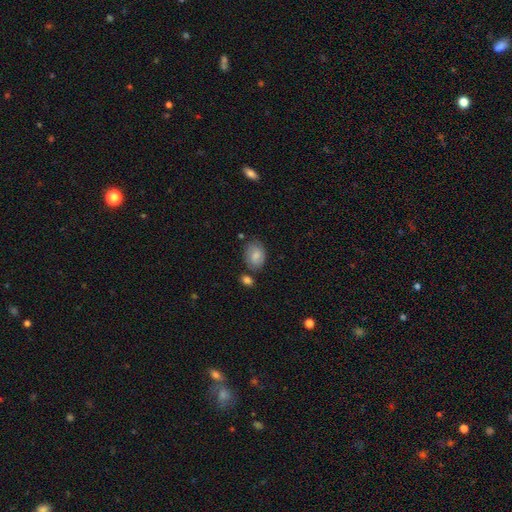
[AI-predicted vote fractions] Q: Smooth or featured?
A: smooth (74%); runner-up: featured or disk (18%)
Q: How rounded?
A: in between (74%); runner-up: round (25%)
Q: Merging?
A: none (68%); runner-up: minor disturbance (19%)